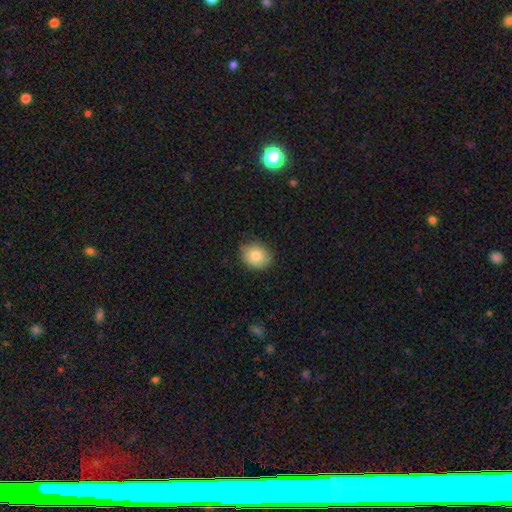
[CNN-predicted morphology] Smooth or featured?
  - smooth: 81% *
  - featured or disk: 10%
  - star or artifact: 8%
How rounded?
  - round: 62% *
  - in between: 38%
  - cigar-shaped: 1%
Merging?
  - none: 81% *
  - minor disturbance: 16%
  - major disturbance: 3%
  - merger: 1%